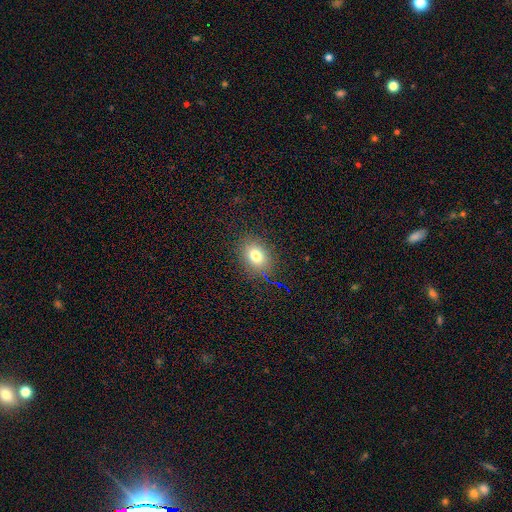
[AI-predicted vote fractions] A smooth galaxy with no disk features (79%) that is in between round and cigar-shaped (65%).

Vote fractions:
- Smooth or featured? smooth: 79% / star or artifact: 12% / featured or disk: 9%
- How rounded? in between: 65% / round: 33% / cigar-shaped: 1%
- Merging? none: 86% / minor disturbance: 10% / major disturbance: 3% / merger: 1%